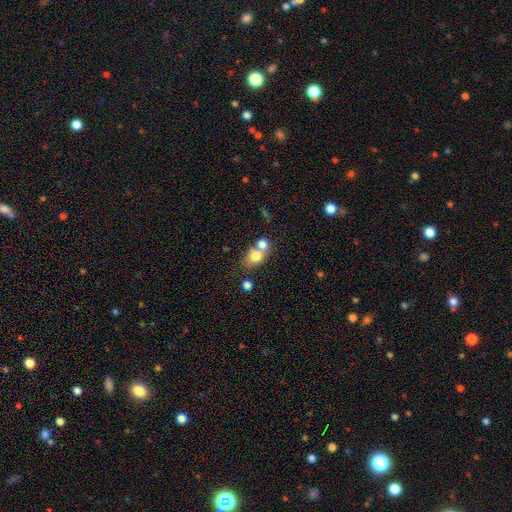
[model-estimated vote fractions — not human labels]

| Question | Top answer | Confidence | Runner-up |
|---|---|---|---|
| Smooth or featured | smooth | 75% | featured or disk (15%) |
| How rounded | in between | 52% | round (46%) |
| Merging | merger | 47% | none (39%) |